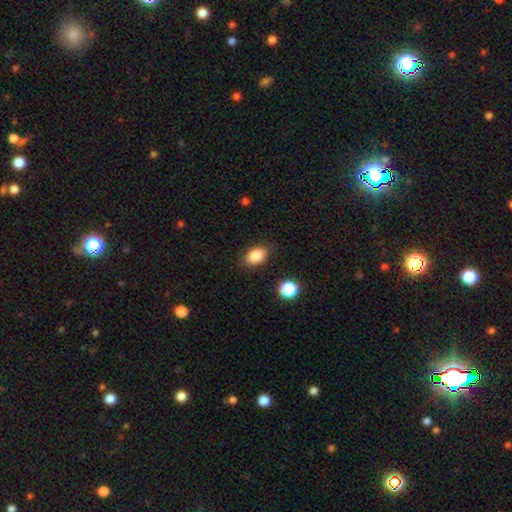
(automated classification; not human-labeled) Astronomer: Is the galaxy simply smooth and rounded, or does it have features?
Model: smooth — 85%.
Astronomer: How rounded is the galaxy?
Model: in between — 86%.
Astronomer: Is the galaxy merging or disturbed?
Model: none — 85%.